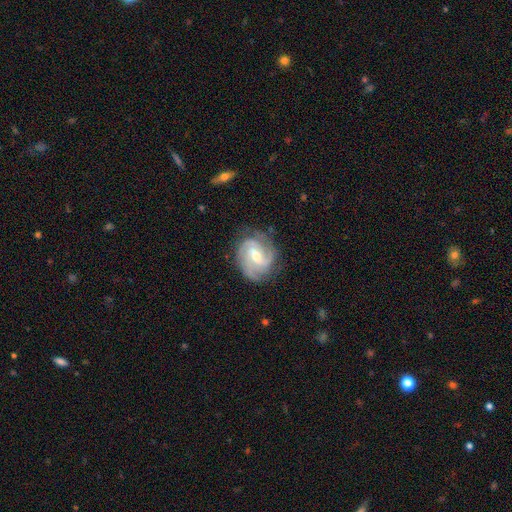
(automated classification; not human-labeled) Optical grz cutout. It shows a featured or disk galaxy (89%) with a weak bar (55%), 3 (44%) tight (48%) spiral arms (98%) and a moderate central bulge (52%). Merging: none (75%).